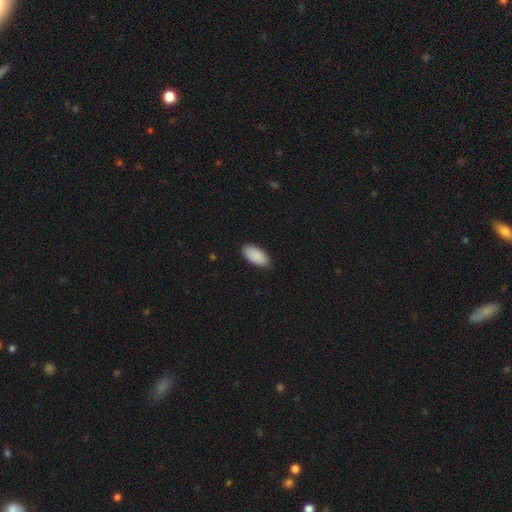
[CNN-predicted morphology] Smooth or featured?
  - smooth: 91% *
  - star or artifact: 6%
  - featured or disk: 3%
How rounded?
  - in between: 94% *
  - cigar-shaped: 4%
  - round: 2%
Merging?
  - none: 87% *
  - minor disturbance: 10%
  - major disturbance: 2%
  - merger: 1%